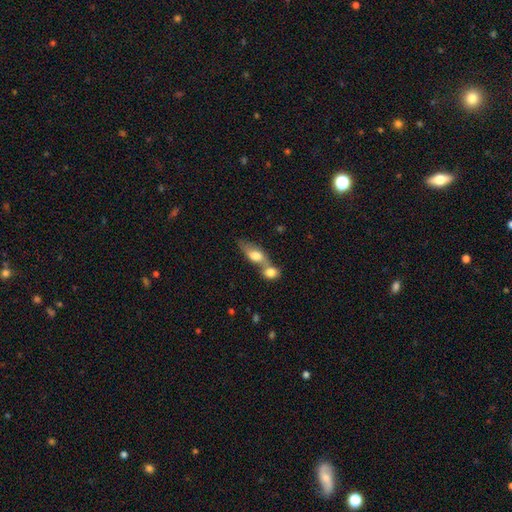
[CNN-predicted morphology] This is likely a smooth galaxy (68%). How rounded: likely in between (73%). Merging: likely merger (64%).